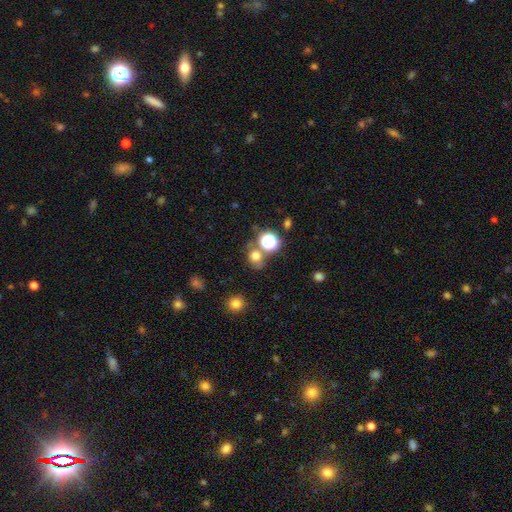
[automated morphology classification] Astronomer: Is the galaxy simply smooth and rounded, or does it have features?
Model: smooth — 67%.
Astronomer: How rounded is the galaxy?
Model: round — 72%.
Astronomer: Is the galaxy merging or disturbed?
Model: none — 63%.